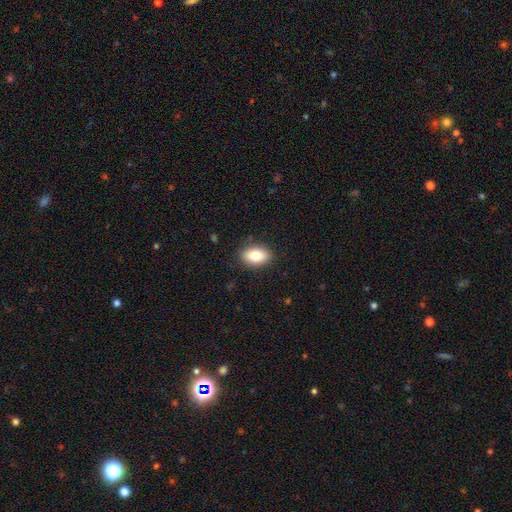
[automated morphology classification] smooth 81%, featured or disk 12%, star or artifact 8%. Down the decision tree: how rounded — in between (88%); merging — none (87%).